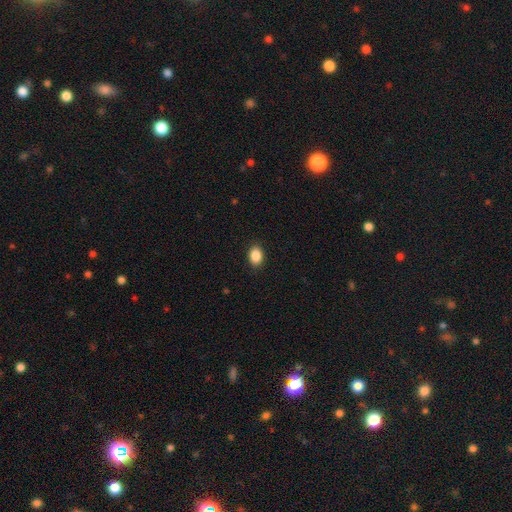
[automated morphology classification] Overall: smooth (88%). How rounded: in between (75%). Merging: none (89%).